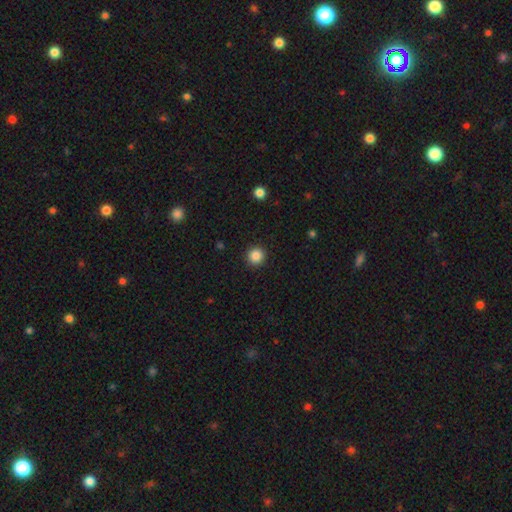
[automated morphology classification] type=smooth (87%); roundness=round (94%); merging=none (92%).